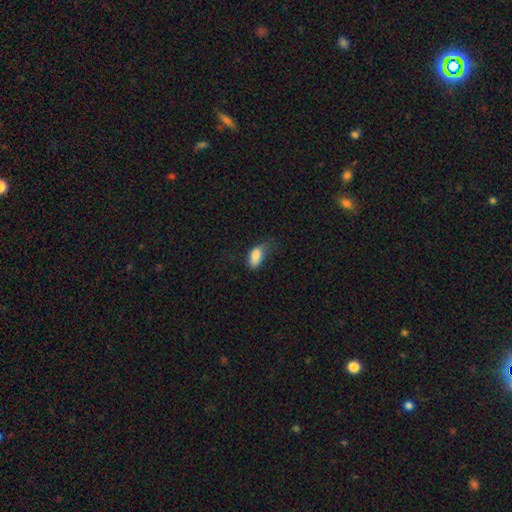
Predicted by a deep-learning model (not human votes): This is clearly a smooth galaxy (85%). How rounded: clearly in between (92%). Merging: marginally minor disturbance (37%).